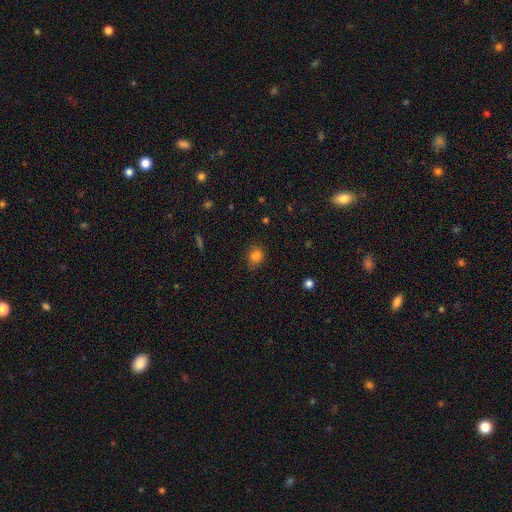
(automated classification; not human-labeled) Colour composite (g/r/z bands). It shows a smooth galaxy with no disk features (80%) that is in between round and cigar-shaped (58%). Merging: none (67%).